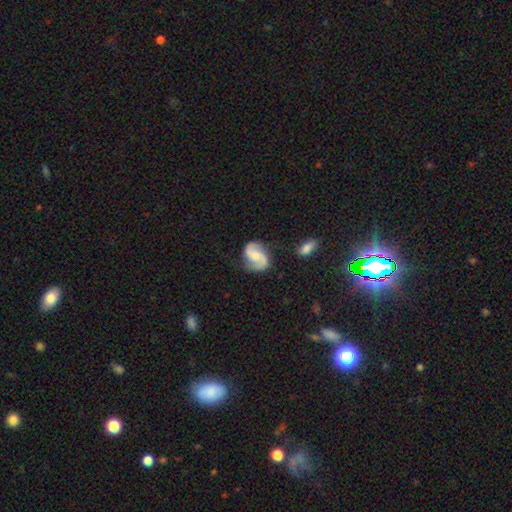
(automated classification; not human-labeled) The model was most divided on "bulge size": moderate: 37%, small: 31%, none: 23%, large: 8%, dominant: 2%. Remaining: edge-on disk — no (98%); spiral arms — yes (97%); spiral arm count — 2 (92%); smooth or featured — featured or disk (84%); merging — none (77%); spiral winding — medium (52%); bar — no (49%).